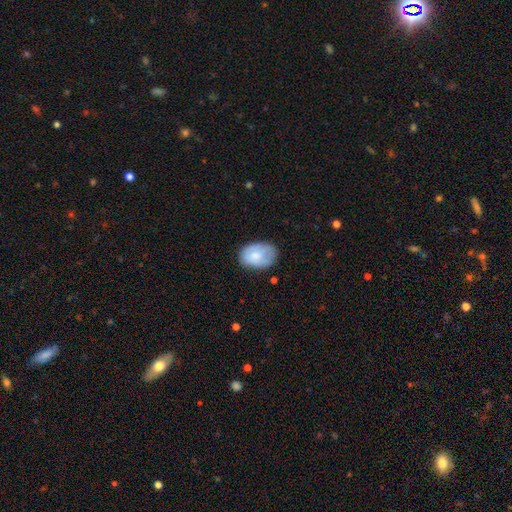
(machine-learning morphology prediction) Q: Smooth or featured?
A: smooth (73%); runner-up: featured or disk (20%)
Q: How rounded?
A: in between (81%); runner-up: round (18%)
Q: Merging?
A: none (69%); runner-up: minor disturbance (24%)